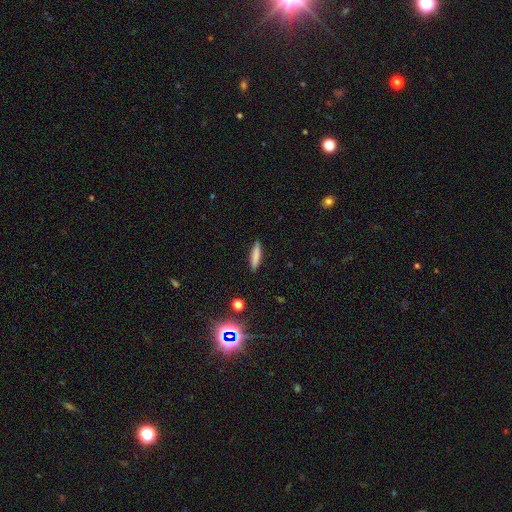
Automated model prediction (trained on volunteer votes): This appears to be a smooth galaxy with no disk features (79%) that is cigar-shaped (86%). Merging: none (90%).